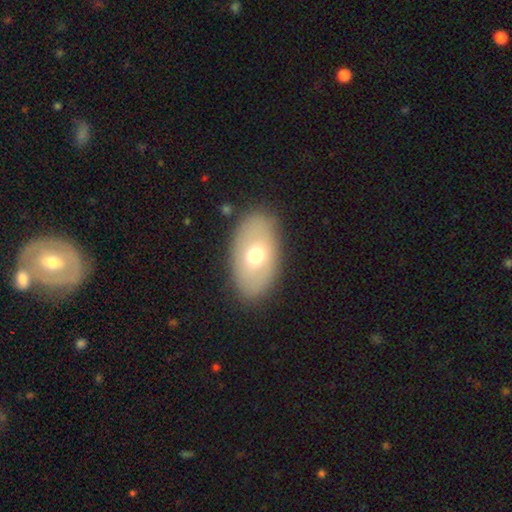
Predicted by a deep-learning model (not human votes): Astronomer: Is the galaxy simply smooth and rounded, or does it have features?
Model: smooth — 62%.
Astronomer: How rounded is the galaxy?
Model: in between — 91%.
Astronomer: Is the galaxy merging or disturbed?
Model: none — 85%.